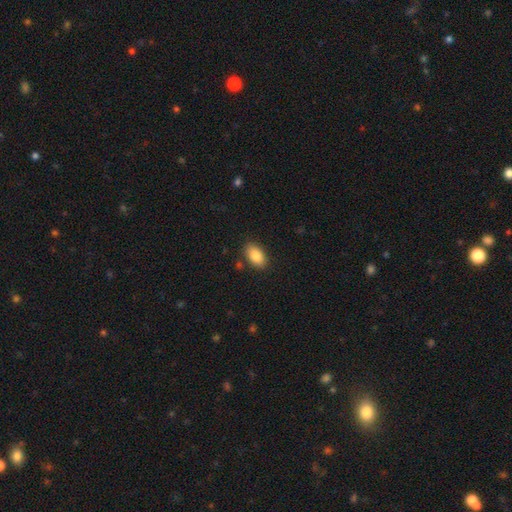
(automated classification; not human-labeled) smooth 85%, featured or disk 8%, star or artifact 7%. Down the decision tree: how rounded — in between (91%); merging — none (85%).